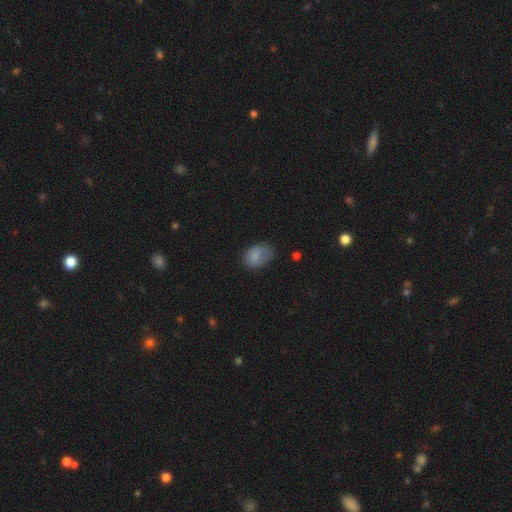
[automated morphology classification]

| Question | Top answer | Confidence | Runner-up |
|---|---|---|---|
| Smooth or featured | smooth | 81% | featured or disk (10%) |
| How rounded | in between | 75% | round (24%) |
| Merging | none | 45% | minor disturbance (35%) |